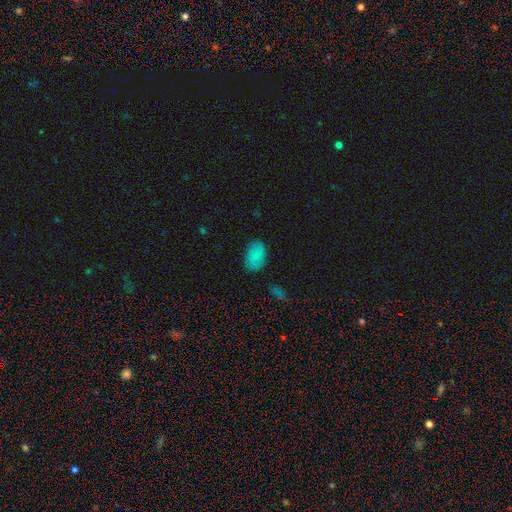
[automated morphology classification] This is clearly a smooth galaxy (85%). How rounded: clearly in between (91%). Merging: likely none (79%).